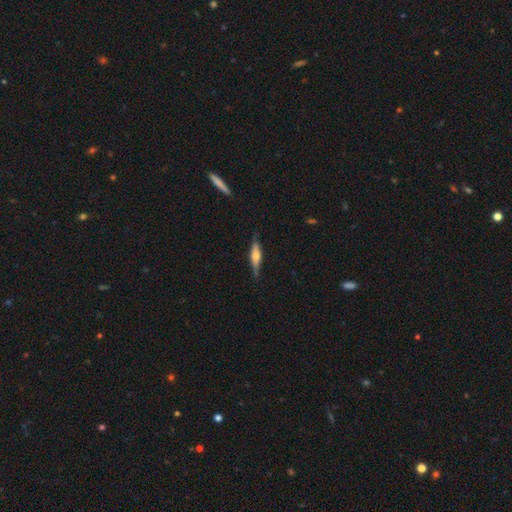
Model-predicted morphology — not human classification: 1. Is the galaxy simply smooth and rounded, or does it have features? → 61% featured or disk, 33% smooth, 6% star or artifact.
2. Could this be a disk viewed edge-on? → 95% yes, 5% no.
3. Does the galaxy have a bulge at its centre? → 87% rounded, 9% boxy, 4% none.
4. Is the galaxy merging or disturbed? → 83% none, 13% minor disturbance, 2% major disturbance, 1% merger.